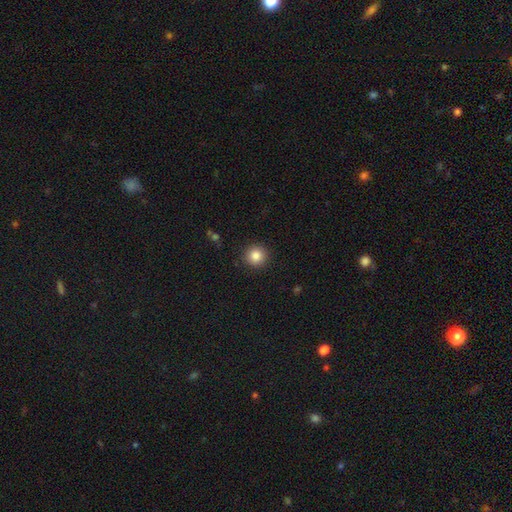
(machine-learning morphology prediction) The model was most divided on "smooth or featured": smooth: 85%, star or artifact: 10%, featured or disk: 5%. More confident: how rounded — round (95%); merging — none (91%).